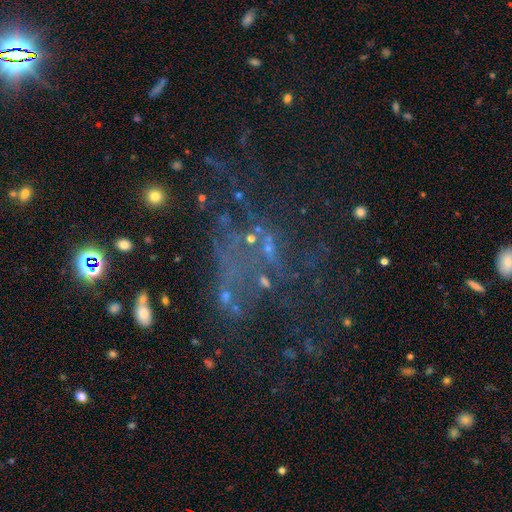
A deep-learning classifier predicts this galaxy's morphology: Overall: star or artifact (45%; featured or disk 36%).